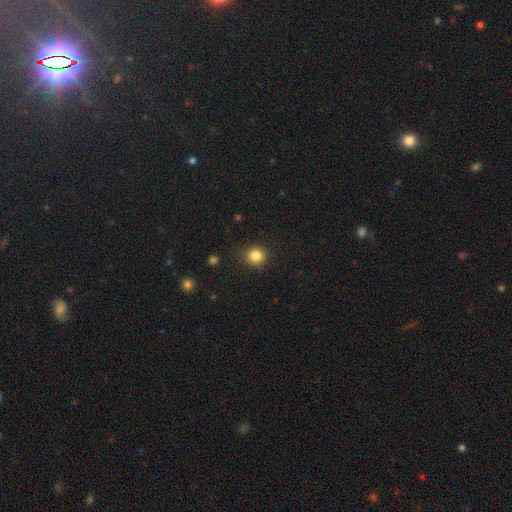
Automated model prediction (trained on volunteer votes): Smooth or featured? Predicted: smooth (p=0.84). How rounded? Predicted: round (p=0.89). Merging? Predicted: none (p=0.87).